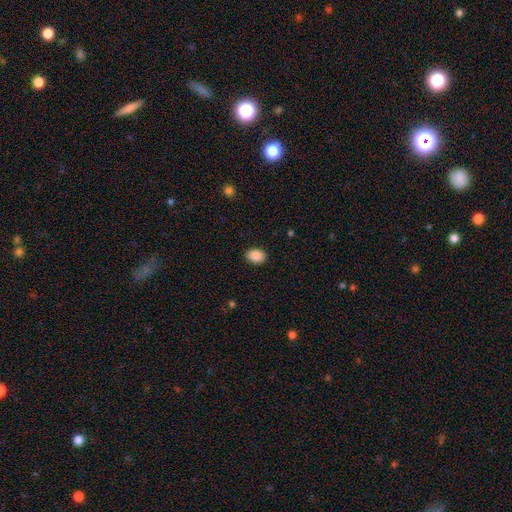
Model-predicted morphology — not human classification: smooth 90%, star or artifact 8%, featured or disk 3%. Down the decision tree: how rounded — in between (73%); merging — none (89%).